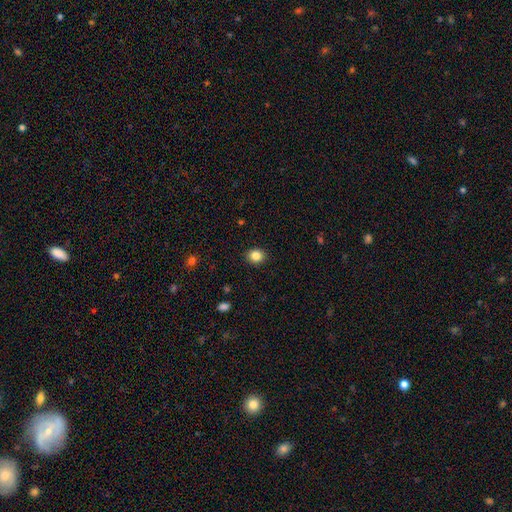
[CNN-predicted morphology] Overall: smooth (85%). How rounded: round (68%; in between 32%). Merging: none (91%).